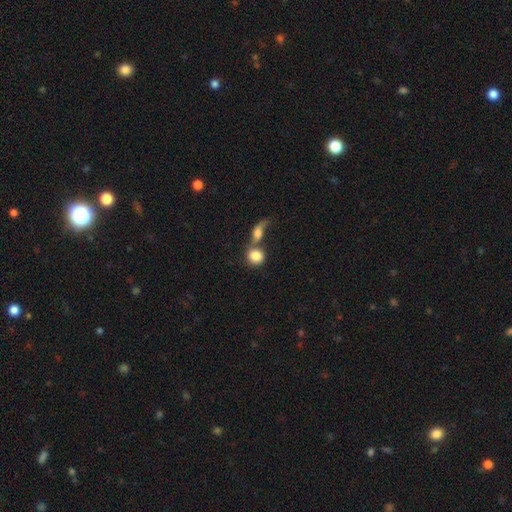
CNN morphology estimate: This is clearly a smooth galaxy (81%). How rounded: likely round (74%). Merging: possibly merger (57%).